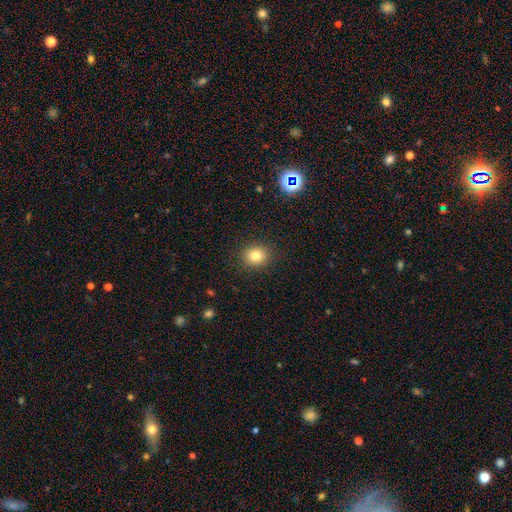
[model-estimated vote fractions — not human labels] A smooth galaxy with no disk features (81%) that is round (72%).

Vote fractions:
- Smooth or featured? smooth: 81% / star or artifact: 12% / featured or disk: 7%
- How rounded? round: 72% / in between: 27% / cigar-shaped: 1%
- Merging? none: 89% / minor disturbance: 8% / major disturbance: 3% / merger: 1%